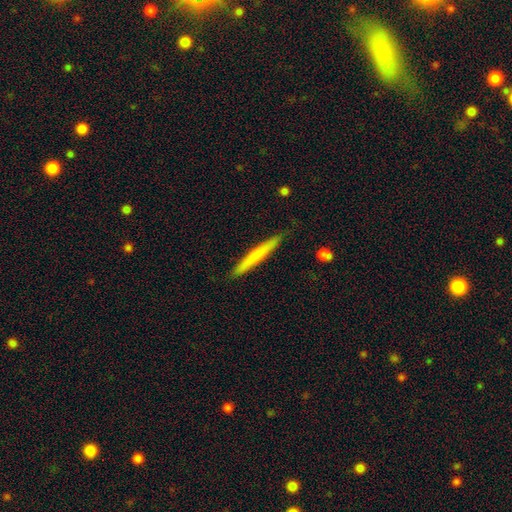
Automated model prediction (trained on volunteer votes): Morphology: type=smooth (66%); roundness=cigar-shaped (96%); merging=none (89%).